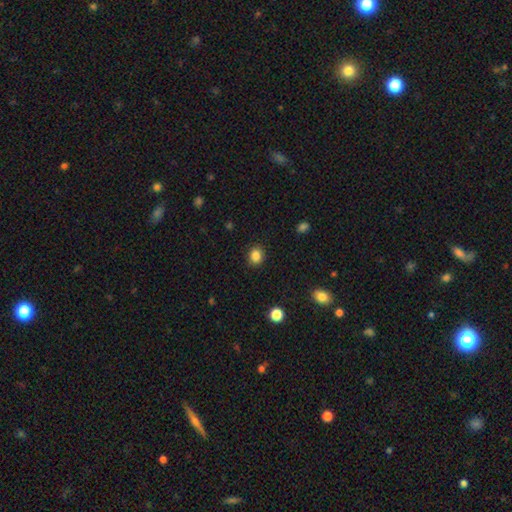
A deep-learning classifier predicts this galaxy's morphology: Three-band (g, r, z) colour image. It shows a smooth galaxy with no disk features (85%) that is round (68%). Merging: none (89%).